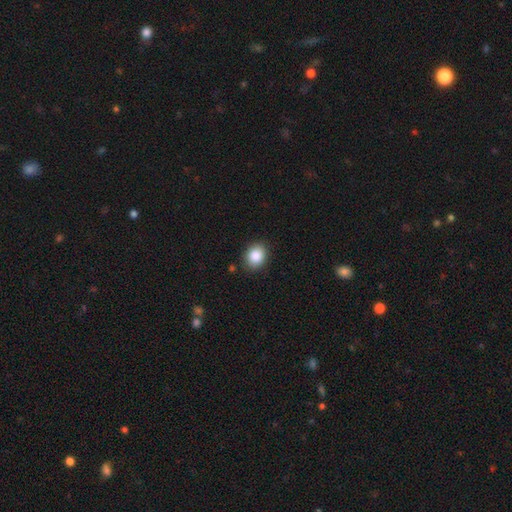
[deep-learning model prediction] Overall: smooth (87%). How rounded: round (52%; in between 47%). Merging: none (87%).